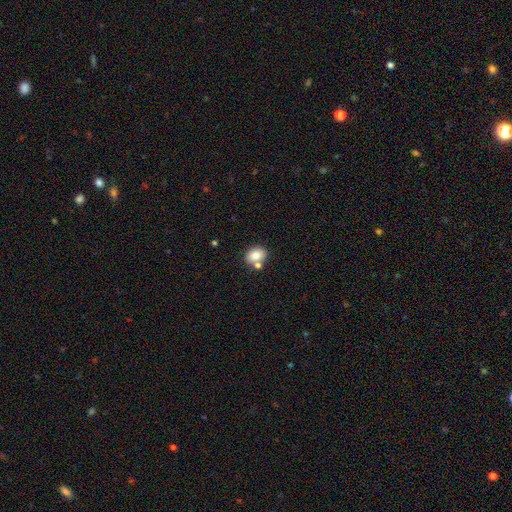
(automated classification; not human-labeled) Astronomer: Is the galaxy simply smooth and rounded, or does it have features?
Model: smooth — 81%.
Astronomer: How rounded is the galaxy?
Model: in between — 55% (runner-up: round, 44%).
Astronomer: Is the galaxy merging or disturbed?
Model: none — 61%.